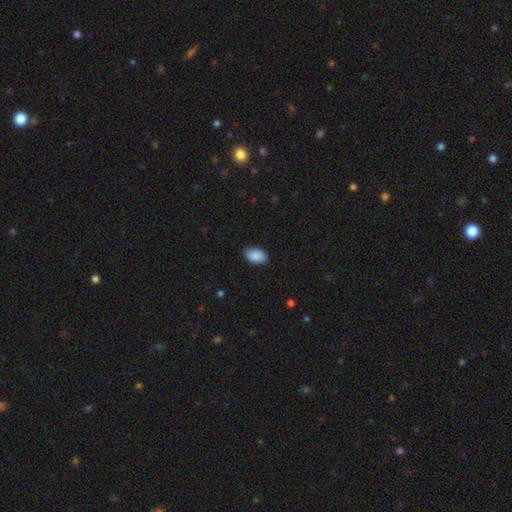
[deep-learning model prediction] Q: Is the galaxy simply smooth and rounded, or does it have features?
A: smooth — 90%.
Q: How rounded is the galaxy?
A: in between — 92%.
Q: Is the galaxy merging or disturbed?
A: none — 88%.